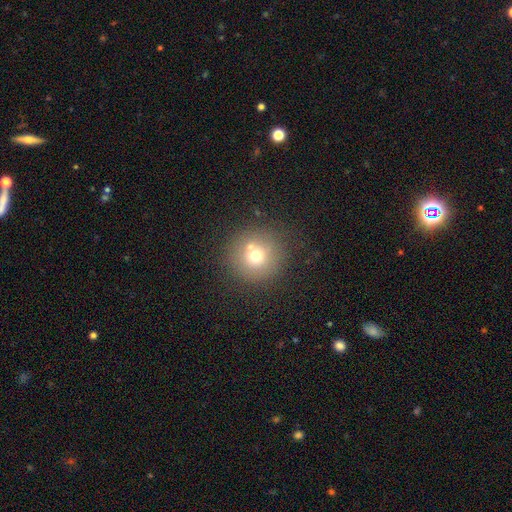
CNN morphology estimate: Smooth or featured: smooth — 66% (featured or disk — 18%)
How rounded: round — 94% (in between — 5%)
Merging: none — 71% (merger — 15%)